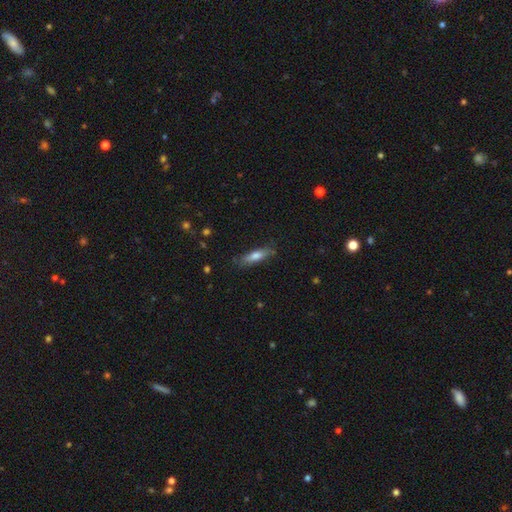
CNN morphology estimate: Smooth or featured? Predicted: smooth (p=0.67). How rounded? Predicted: cigar-shaped (p=0.65). Merging? Predicted: none (p=0.78).